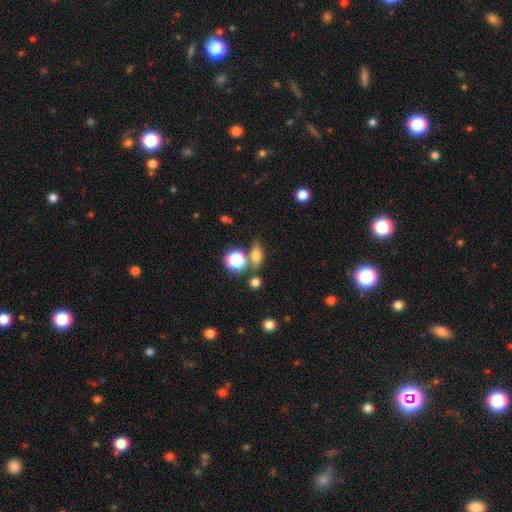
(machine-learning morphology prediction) smooth-or-featured: smooth: 62% | featured or disk: 22% | star or artifact: 16%
  how-rounded: in between: 58% | round: 25% | cigar-shaped: 17%
  merging: none: 69% | merger: 13% | minor disturbance: 13% | major disturbance: 5%